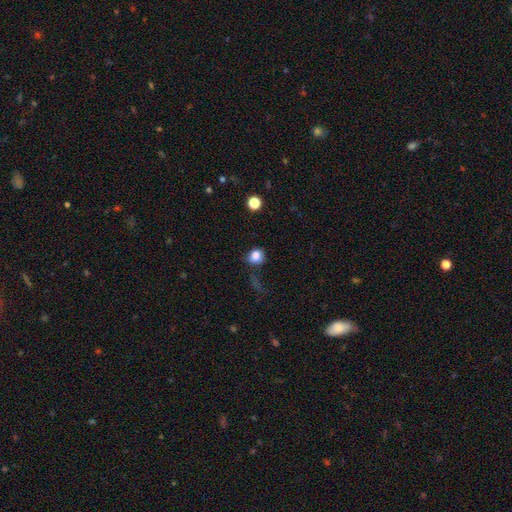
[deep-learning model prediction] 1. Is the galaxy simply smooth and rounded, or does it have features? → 82% smooth, 11% star or artifact, 7% featured or disk.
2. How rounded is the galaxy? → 70% round, 29% in between, 1% cigar-shaped.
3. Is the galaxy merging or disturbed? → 61% none, 24% minor disturbance, 11% major disturbance, 4% merger.